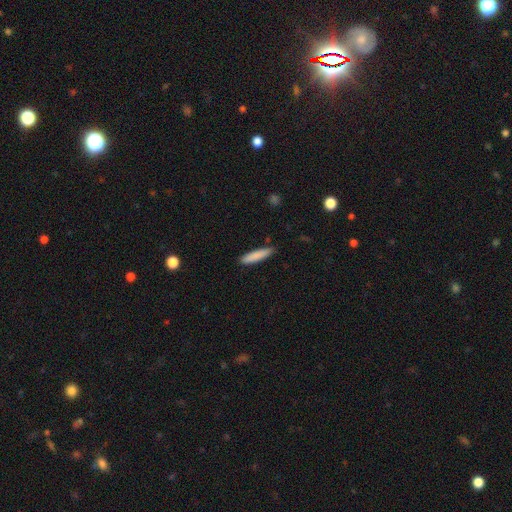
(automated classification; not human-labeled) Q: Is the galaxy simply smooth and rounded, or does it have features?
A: smooth — 85%.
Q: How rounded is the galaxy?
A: cigar-shaped — 83%.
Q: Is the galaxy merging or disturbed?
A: none — 86%.